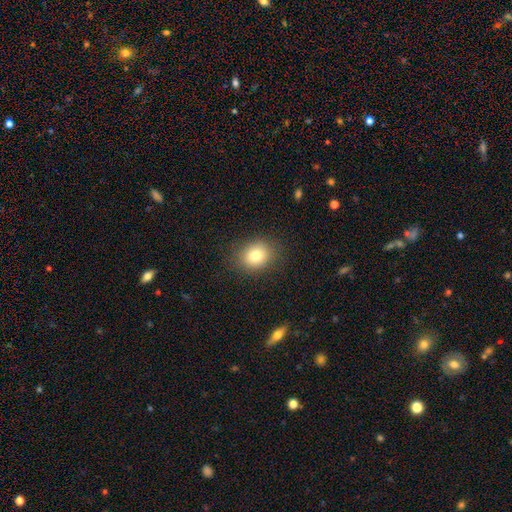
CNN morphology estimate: smooth-or-featured: smooth: 80% | star or artifact: 11% | featured or disk: 10%
  how-rounded: round: 53% | in between: 46% | cigar-shaped: 1%
  merging: none: 85% | minor disturbance: 10% | major disturbance: 4% | merger: 1%